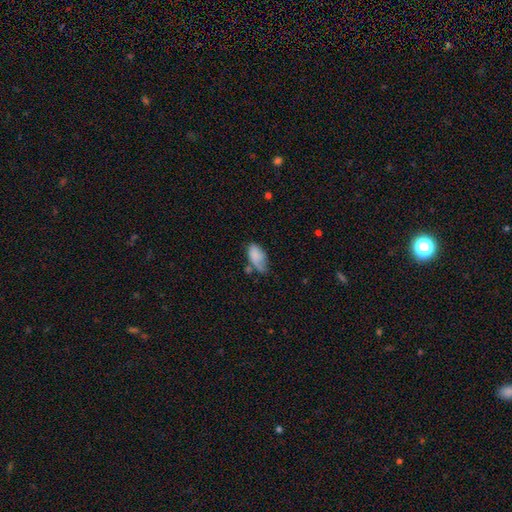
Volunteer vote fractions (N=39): smooth-or-featured: smooth: 72% | featured or disk: 23% | star or artifact: 5%
  how-rounded: in between: 93% | cigar-shaped: 7% | round: 0%
  merging: none: 41% | minor disturbance: 30% | major disturbance: 22% | merger: 8%